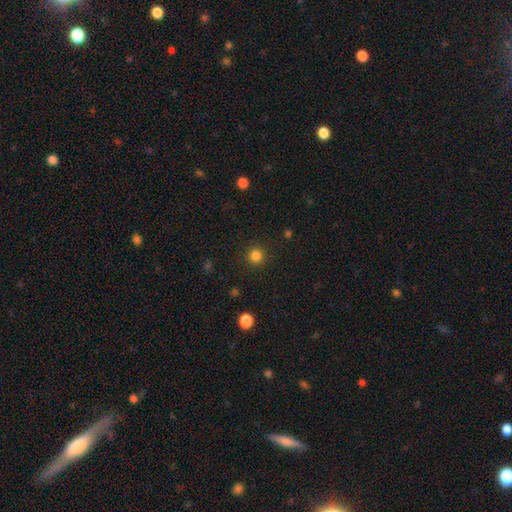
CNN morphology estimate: Smooth or featured? Predicted: smooth (p=0.83). How rounded? Predicted: round (p=0.94). Merging? Predicted: none (p=0.91).